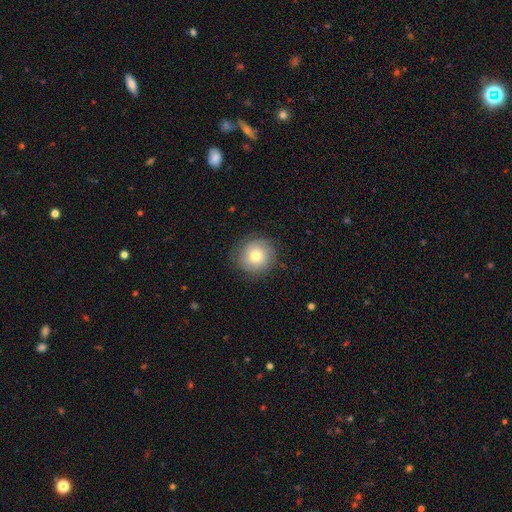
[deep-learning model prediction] Smooth or featured? Predicted: smooth (p=0.63). How rounded? Predicted: round (p=0.91). Merging? Predicted: none (p=0.82).